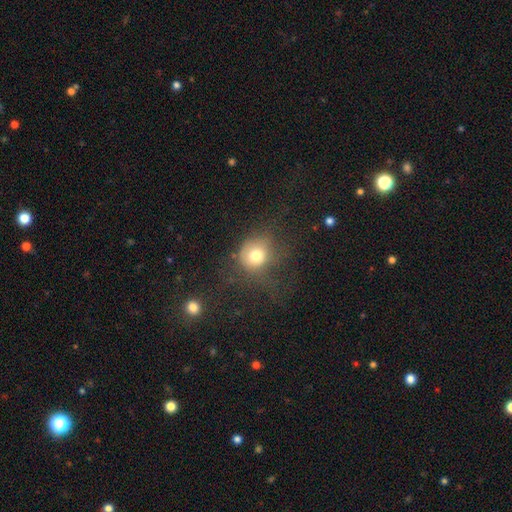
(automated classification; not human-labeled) Smooth or featured: smooth — 73% (star or artifact — 14%)
How rounded: round — 78% (in between — 21%)
Merging: none — 50% (major disturbance — 24%)